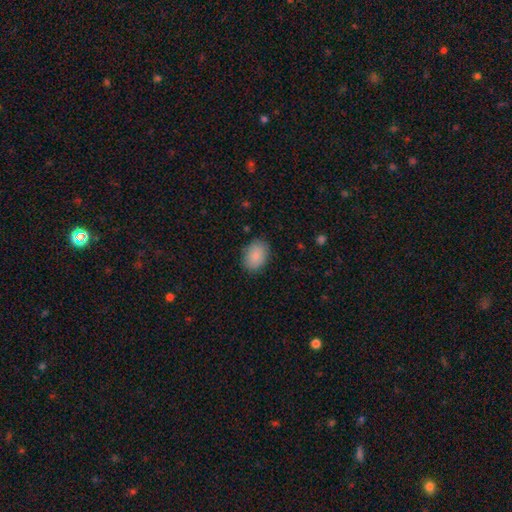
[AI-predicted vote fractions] This appears to be a smooth galaxy with no disk features (88%) that is in between round and cigar-shaped (78%). Merging: none (84%).